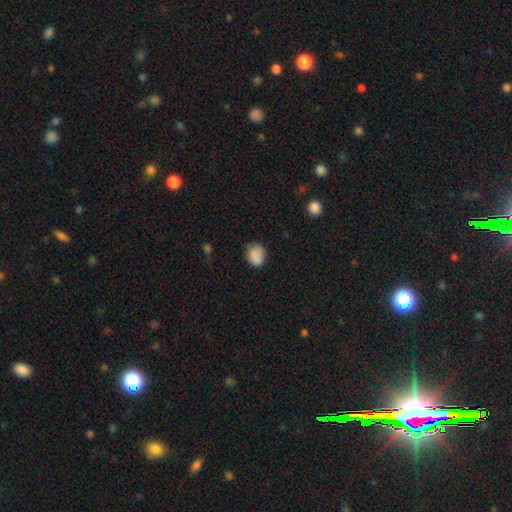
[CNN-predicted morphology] smooth-or-featured: smooth: 85% | star or artifact: 9% | featured or disk: 6%
  how-rounded: in between: 52% | round: 47% | cigar-shaped: 1%
  merging: none: 67% | minor disturbance: 25% | major disturbance: 6% | merger: 2%